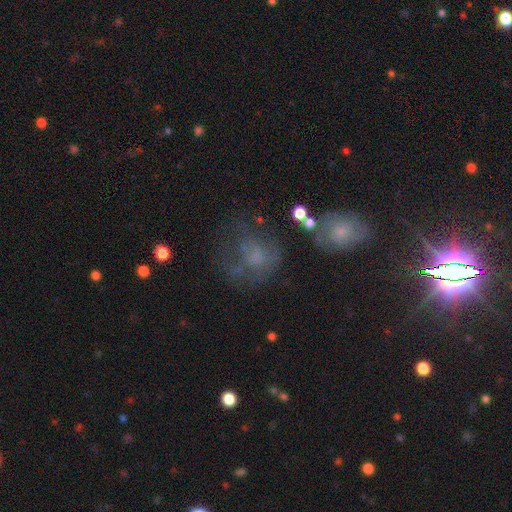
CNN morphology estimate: The model was most divided on "merging": none: 40%, major disturbance: 31%, minor disturbance: 21%, merger: 8%. Remaining: smooth or featured — smooth (48%).